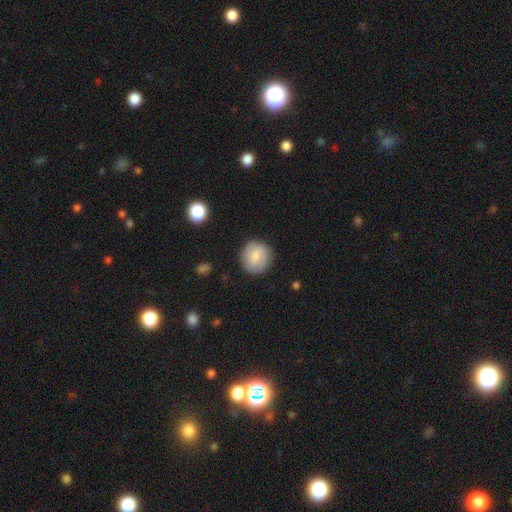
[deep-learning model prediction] Smooth or featured: smooth — 66% (featured or disk — 26%)
How rounded: round — 90% (in between — 9%)
Merging: none — 86% (minor disturbance — 10%)